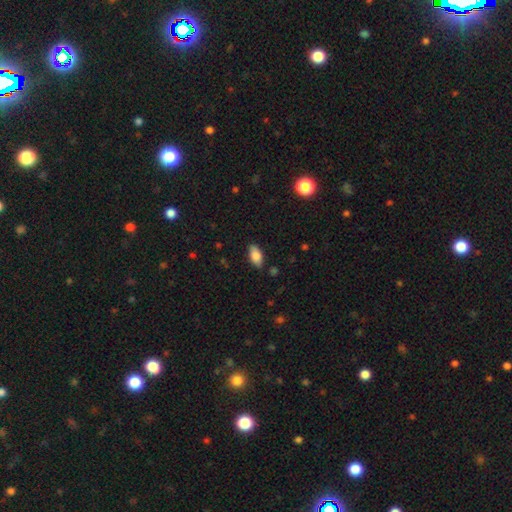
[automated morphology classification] Overall: smooth (80%). How rounded: in between (90%). Merging: none (84%).